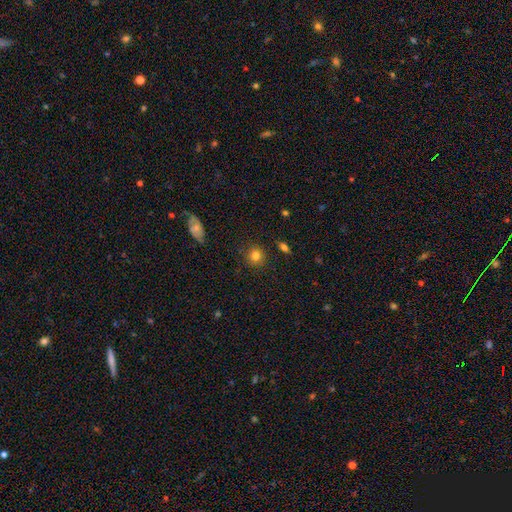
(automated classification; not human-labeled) A smooth galaxy with no disk features (81%) that is round (87%). Merging: none (88%).